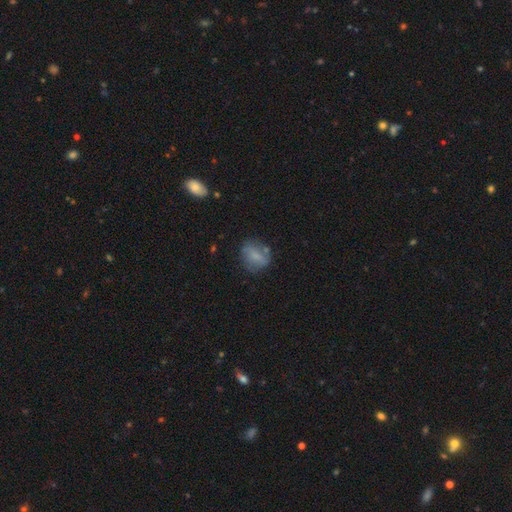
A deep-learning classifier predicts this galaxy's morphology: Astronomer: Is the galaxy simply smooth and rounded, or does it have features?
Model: smooth — 67%.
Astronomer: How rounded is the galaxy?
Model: in between — 55% (runner-up: round, 42%).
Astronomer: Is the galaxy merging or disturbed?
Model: none — 62%.